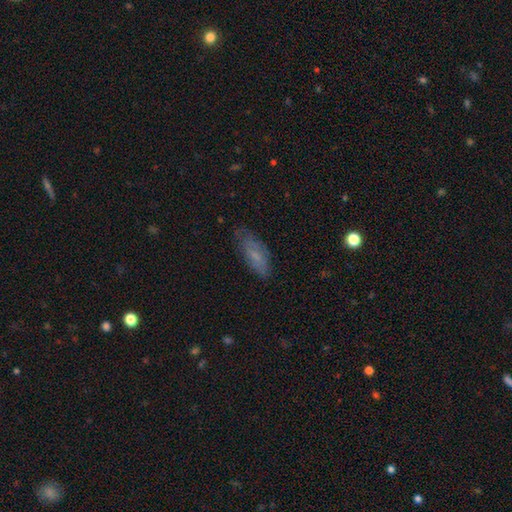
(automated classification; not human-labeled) This appears to be a smooth galaxy with no disk features (65%) that is in between round and cigar-shaped (74%). Merging: none (69%).